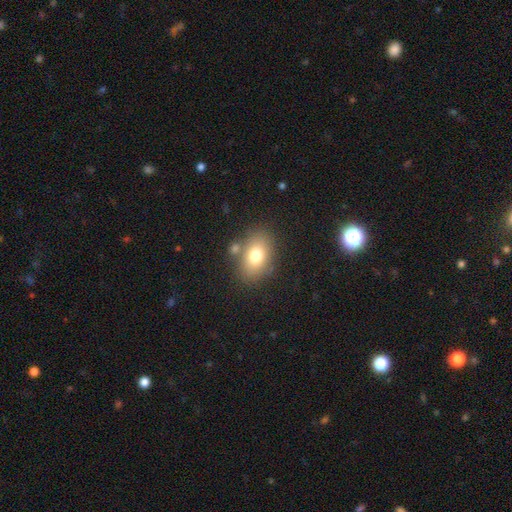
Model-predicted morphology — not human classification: smooth_or_featured: smooth (p=0.75) [alt: featured or disk p=0.15]
how_rounded: in between (p=0.80) [alt: round p=0.19]
merging: none (p=0.73) [alt: minor disturbance p=0.12]